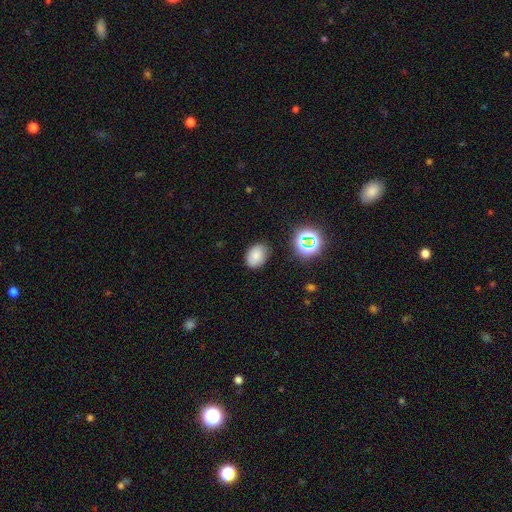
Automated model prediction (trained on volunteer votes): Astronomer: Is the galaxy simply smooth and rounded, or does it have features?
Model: smooth — 78%.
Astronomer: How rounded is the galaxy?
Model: in between — 75%.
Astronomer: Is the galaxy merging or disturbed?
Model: none — 81%.